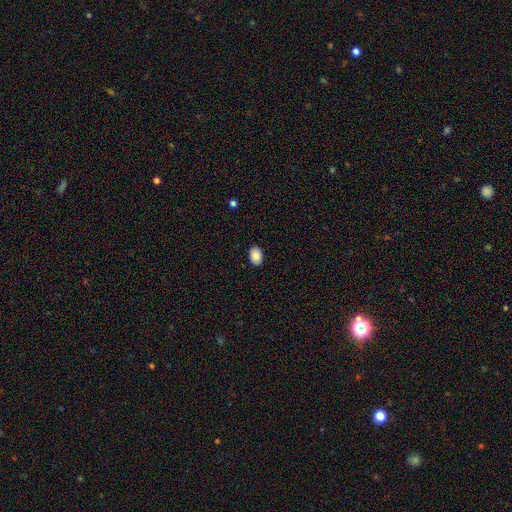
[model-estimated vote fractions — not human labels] The model was most divided on "how rounded": in between: 84%, round: 15%, cigar-shaped: 1%. More confident: merging — none (89%); smooth or featured — smooth (88%).